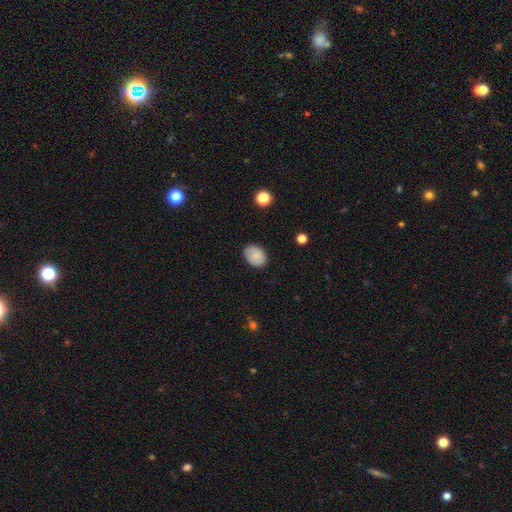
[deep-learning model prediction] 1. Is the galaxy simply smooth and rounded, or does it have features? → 78% smooth, 14% featured or disk, 8% star or artifact.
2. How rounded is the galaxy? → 71% in between, 28% round, 1% cigar-shaped.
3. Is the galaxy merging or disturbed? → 85% none, 12% minor disturbance, 2% major disturbance, 1% merger.